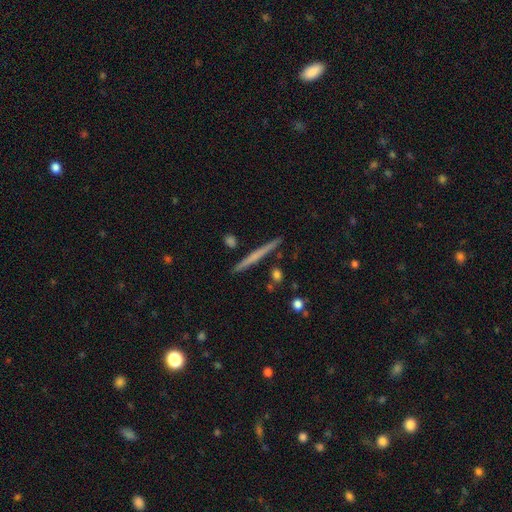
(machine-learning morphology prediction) Smooth or featured? featured or disk (52%)
Edge-on disk? yes (98%)
Edge-on bulge? none (83%)
Merging? none (91%)